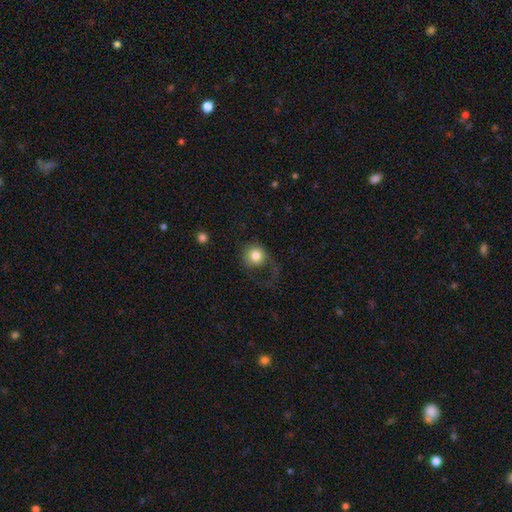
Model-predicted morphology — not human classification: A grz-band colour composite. It shows a smooth galaxy with no disk features (80%) that is round (89%). Merging: none (45%).